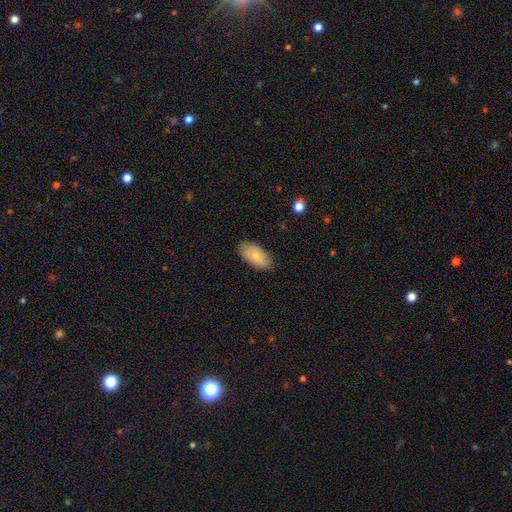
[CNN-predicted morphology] Smooth or featured?
  - smooth: 78% *
  - featured or disk: 15%
  - star or artifact: 7%
How rounded?
  - in between: 94% *
  - cigar-shaped: 3%
  - round: 3%
Merging?
  - none: 82% *
  - minor disturbance: 14%
  - major disturbance: 3%
  - merger: 1%